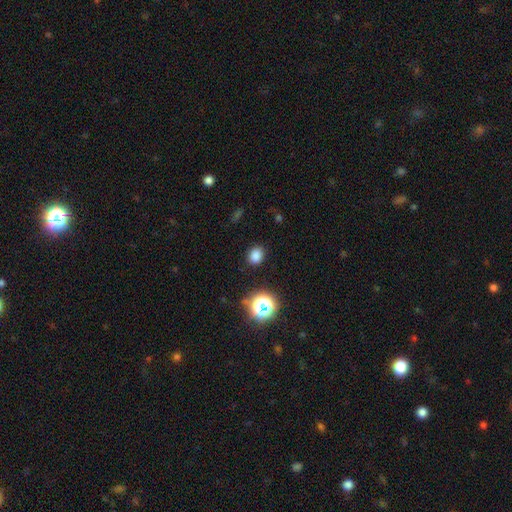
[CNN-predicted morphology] smooth_or_featured: smooth (p=0.79) [alt: star or artifact p=0.16]
how_rounded: round (p=0.57) [alt: in between p=0.42]
merging: none (p=0.86) [alt: minor disturbance p=0.09]